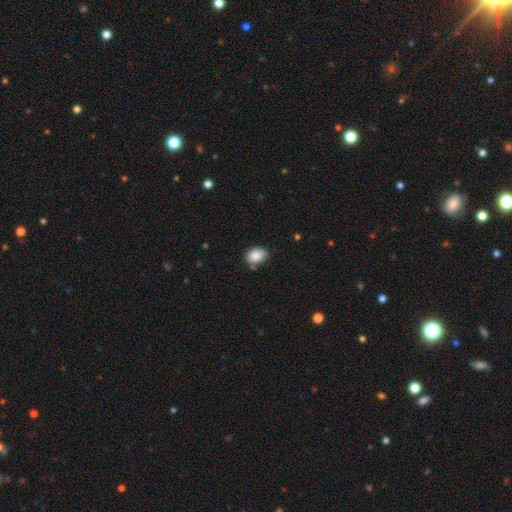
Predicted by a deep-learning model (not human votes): This is clearly a smooth galaxy (86%). How rounded: likely in between (71%). Merging: likely none (70%).